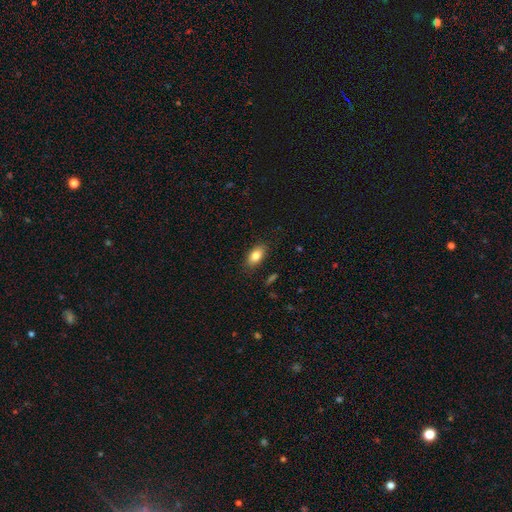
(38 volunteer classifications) Smooth or featured: smooth — 87% (featured or disk — 11%)
How rounded: in between — 91% (round — 9%)
Merging: none — 89% (minor disturbance — 11%)